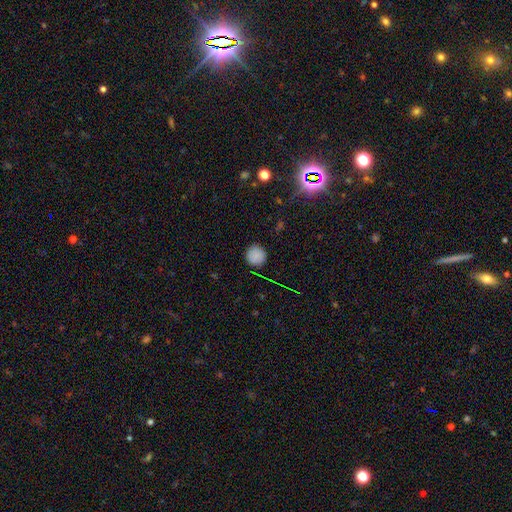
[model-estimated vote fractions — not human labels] This is clearly a smooth galaxy (83%). How rounded: clearly round (94%). Merging: clearly none (88%).